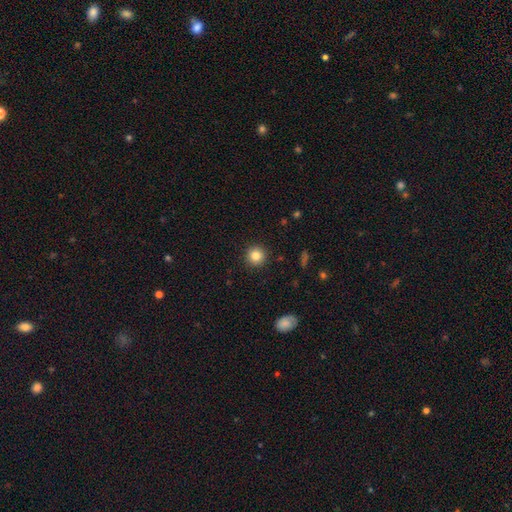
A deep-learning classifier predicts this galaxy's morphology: smooth 83%, star or artifact 10%, featured or disk 6%. Down the decision tree: how rounded — round (95%); merging — none (92%).